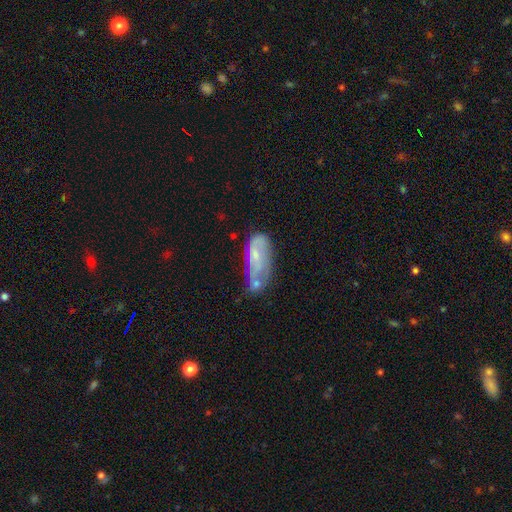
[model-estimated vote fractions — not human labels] Smooth or featured? smooth (47%)
Merging? none (30%)